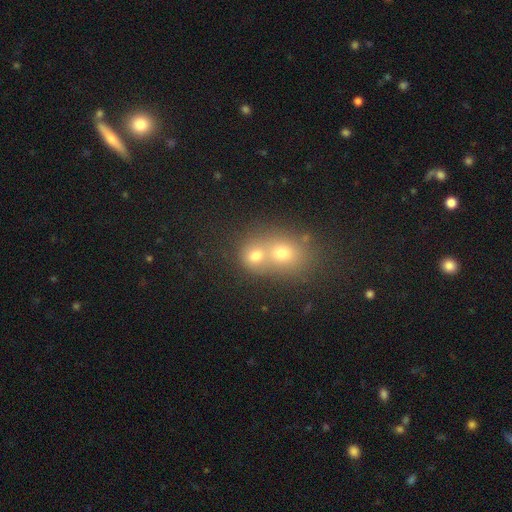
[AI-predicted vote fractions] This appears to be a smooth galaxy with no disk features (70%) that is round (68%). Merging: merger (62%).